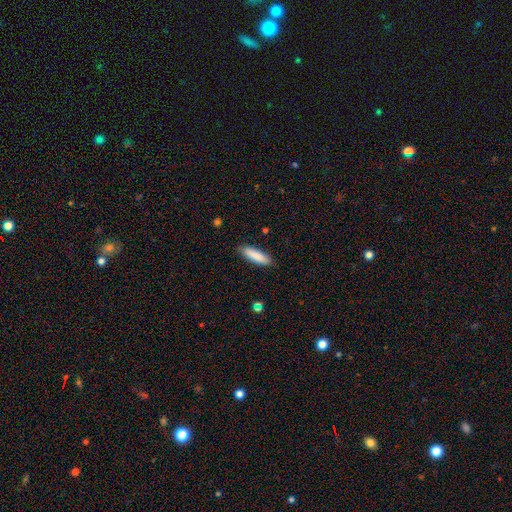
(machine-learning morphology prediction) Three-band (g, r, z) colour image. It shows a smooth galaxy with no disk features (86%) that is cigar-shaped (66%). Merging: none (87%).